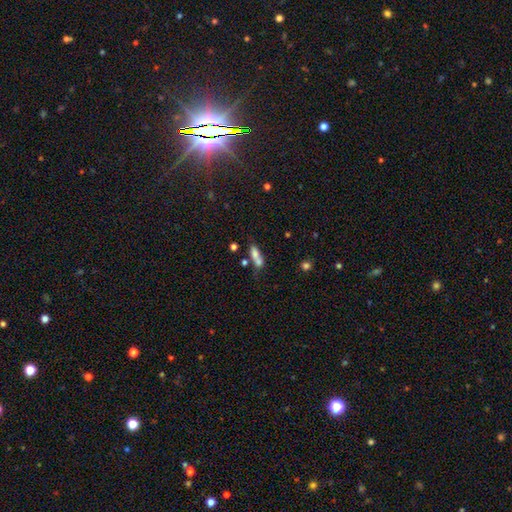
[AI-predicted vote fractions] The model was most divided on "merging": merger: 52%, none: 30%, minor disturbance: 11%, major disturbance: 7%. More confident: smooth or featured — smooth (68%); how rounded — in between (64%).